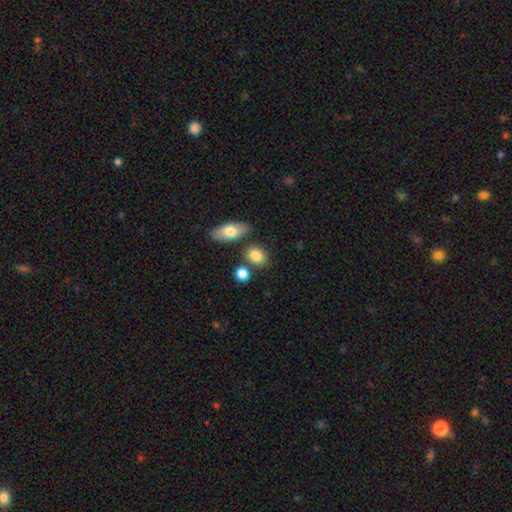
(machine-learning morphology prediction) This is clearly a smooth galaxy (83%). How rounded: likely in between (61%). Merging: likely none (70%).